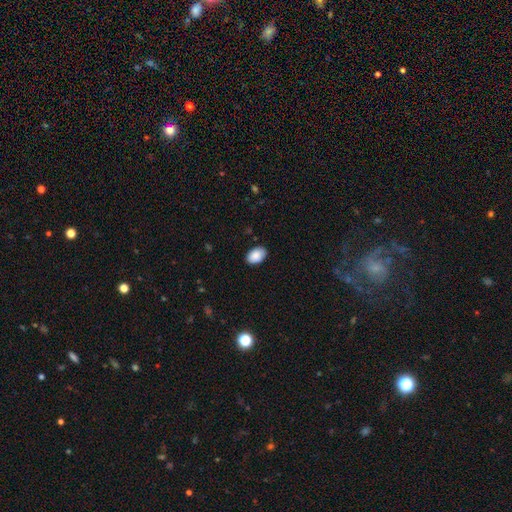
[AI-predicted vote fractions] smooth-or-featured: smooth: 89% | star or artifact: 6% | featured or disk: 5%
  how-rounded: in between: 90% | round: 9% | cigar-shaped: 1%
  merging: none: 87% | minor disturbance: 10% | major disturbance: 2% | merger: 1%